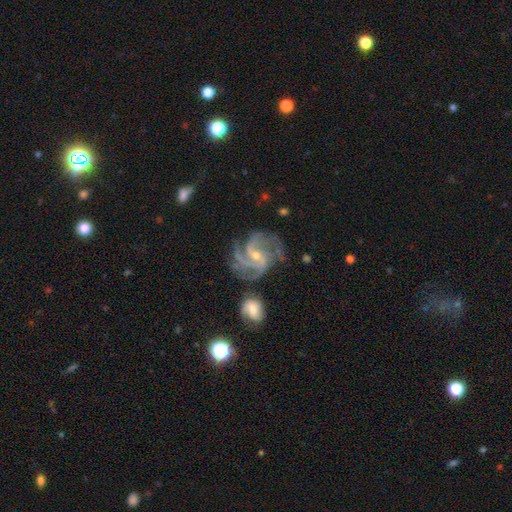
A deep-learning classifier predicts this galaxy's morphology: Overall: featured or disk (91%). Edge-on disk: no (98%). Bar: weak (45%; no 37%). Spiral arms: yes (98%). Spiral arm count: 3 (41%; 4 24%). Spiral winding: medium (51%; tight 39%). Bulge size: small (62%; moderate 34%). Merging: none (67%).